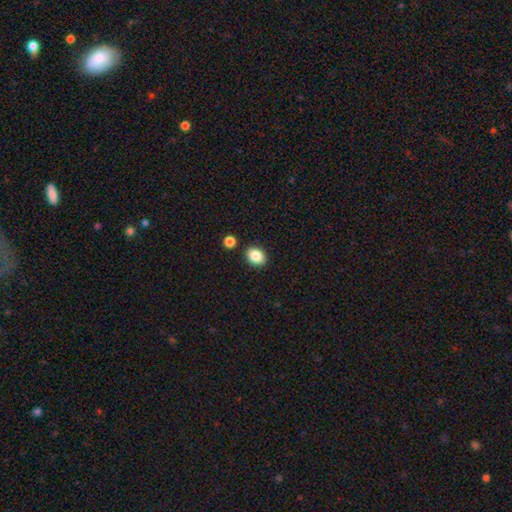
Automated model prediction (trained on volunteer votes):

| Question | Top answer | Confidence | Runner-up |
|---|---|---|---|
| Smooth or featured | smooth | 86% | star or artifact (9%) |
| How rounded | in between | 60% | round (39%) |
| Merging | none | 87% | minor disturbance (8%) |